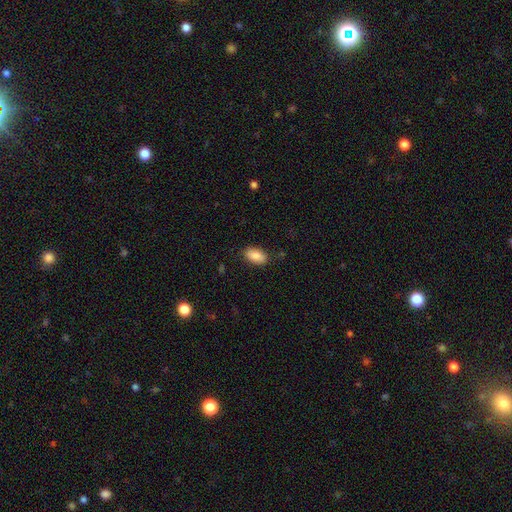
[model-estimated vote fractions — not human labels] smooth_or_featured: smooth (p=0.87) [alt: star or artifact p=0.07]
how_rounded: in between (p=0.93) [alt: round p=0.05]
merging: none (p=0.84) [alt: minor disturbance p=0.12]